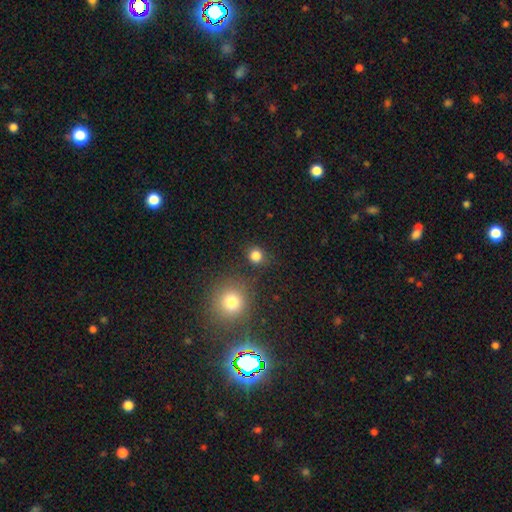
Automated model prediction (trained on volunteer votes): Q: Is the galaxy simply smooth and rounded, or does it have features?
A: smooth — 82%.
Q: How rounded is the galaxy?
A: round — 82%.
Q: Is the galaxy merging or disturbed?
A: none — 82%.